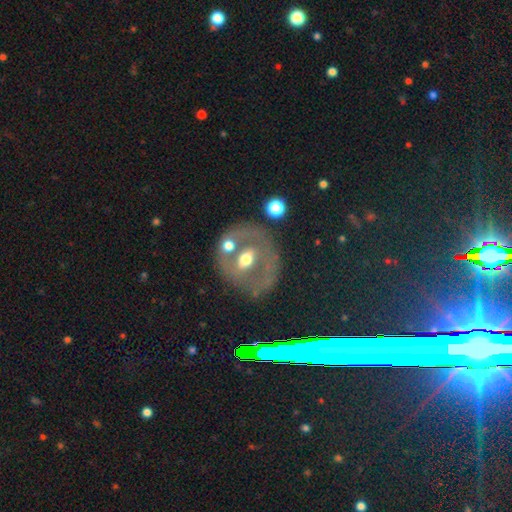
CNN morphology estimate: type=featured or disk (61%); edge-on=no (90%); bar=no (45%); spiral arms=no (51%); bulge=moderate (65%); merging=none (72%).